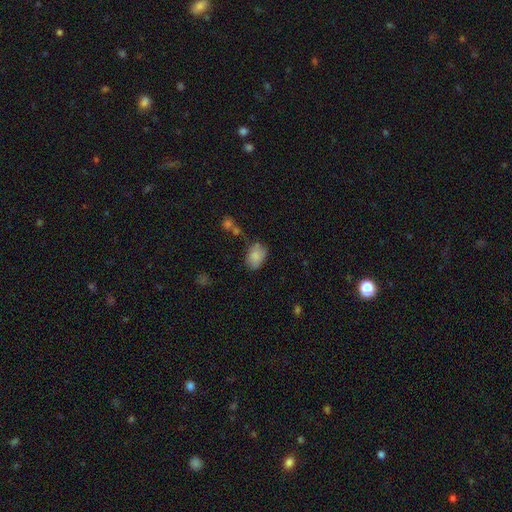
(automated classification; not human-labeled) Smooth or featured?
  - smooth: 82% *
  - featured or disk: 9%
  - star or artifact: 8%
How rounded?
  - in between: 81% *
  - round: 18%
  - cigar-shaped: 1%
Merging?
  - none: 57% *
  - minor disturbance: 28%
  - major disturbance: 8%
  - merger: 7%